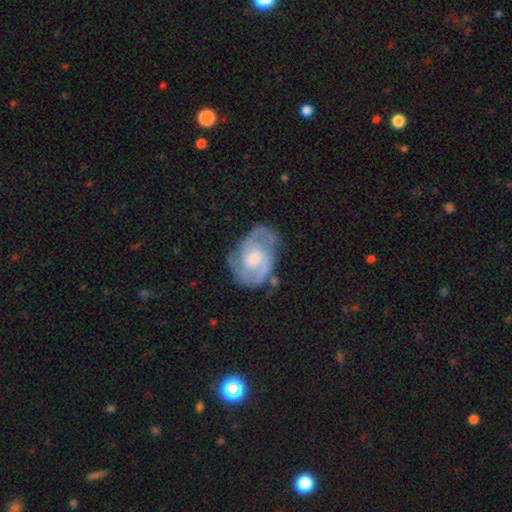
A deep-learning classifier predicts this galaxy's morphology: smooth_or_featured: featured or disk (p=0.86) [alt: smooth p=0.09]
disk_edge_on: no (p=0.98) [alt: yes p=0.02]
bar: no (p=0.57) [alt: weak p=0.36]
has_spiral_arms: yes (p=0.96) [alt: no p=0.04]
spiral_winding: medium (p=0.47) [alt: tight p=0.42]
spiral_arm_count: 2 (p=0.57) [alt: 3 p=0.21]
bulge_size: moderate (p=0.49) [alt: small p=0.35]
merging: none (p=0.69) [alt: minor disturbance p=0.20]